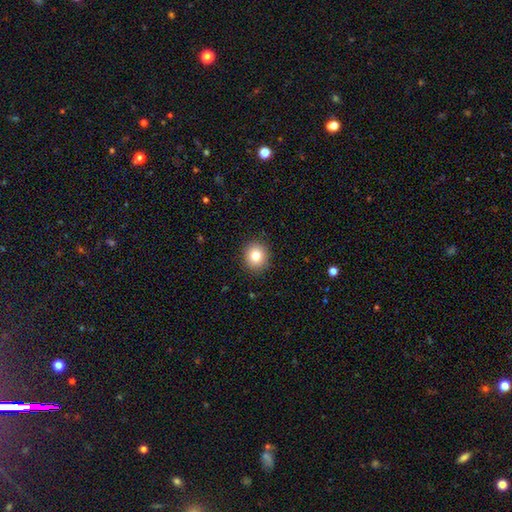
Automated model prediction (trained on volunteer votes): Q: Smooth or featured?
A: smooth (80%); runner-up: star or artifact (11%)
Q: How rounded?
A: round (85%); runner-up: in between (14%)
Q: Merging?
A: none (91%); runner-up: minor disturbance (6%)